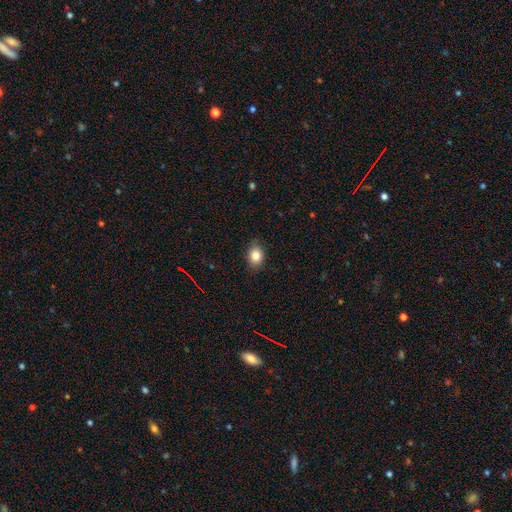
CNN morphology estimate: smooth 84%, star or artifact 9%, featured or disk 7%. Down the decision tree: how rounded — in between (66%); merging — none (83%).